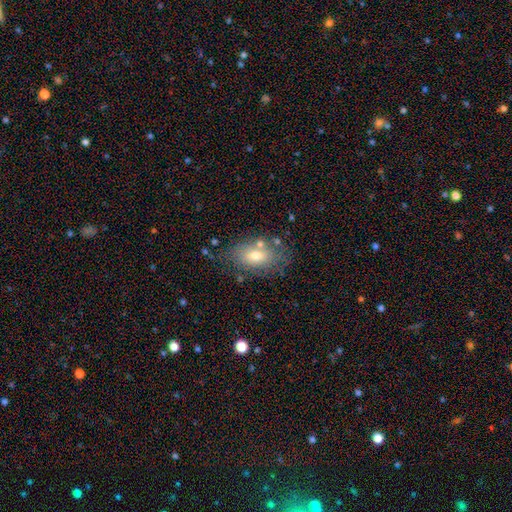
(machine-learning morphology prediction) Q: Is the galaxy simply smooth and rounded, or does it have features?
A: smooth — 65%.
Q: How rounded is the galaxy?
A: in between — 88%.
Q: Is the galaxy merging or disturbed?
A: none — 68%.